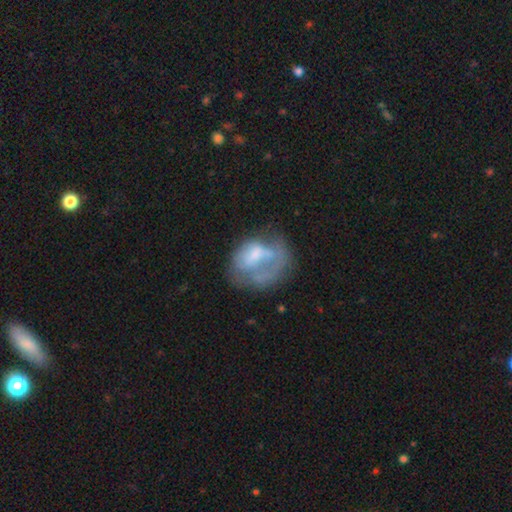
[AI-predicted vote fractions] smooth-or-featured: featured or disk: 49% | smooth: 41% | star or artifact: 9%
  merging: major disturbance: 41% | none: 30% | minor disturbance: 21% | merger: 8%